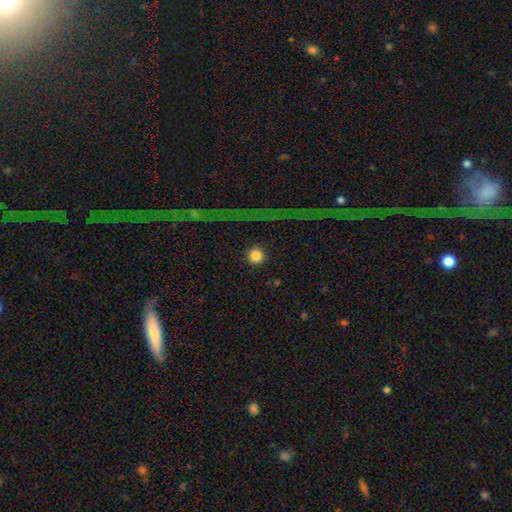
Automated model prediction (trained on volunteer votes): A smooth galaxy with no disk features (81%) that is round (96%). Merging: none (91%).